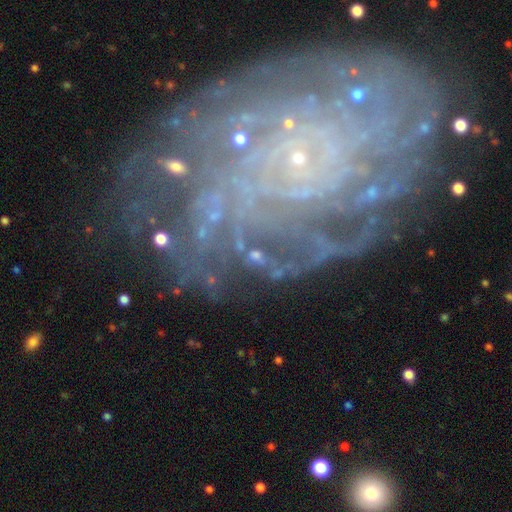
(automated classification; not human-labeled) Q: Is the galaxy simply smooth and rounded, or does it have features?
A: featured or disk — 40%.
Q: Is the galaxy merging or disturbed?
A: none — 50%.